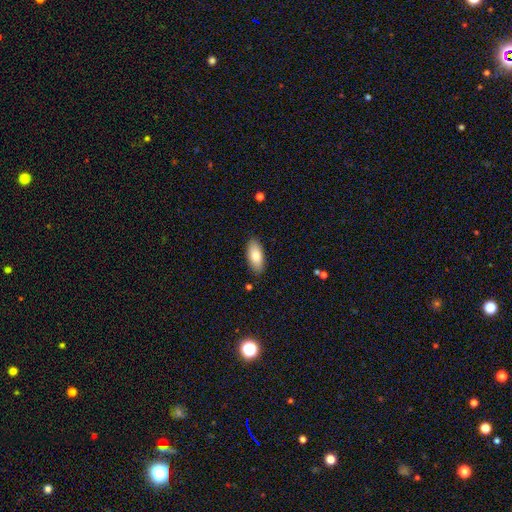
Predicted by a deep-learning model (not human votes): Smooth or featured? Predicted: smooth (p=0.81). How rounded? Predicted: in between (p=0.88). Merging? Predicted: none (p=0.87).